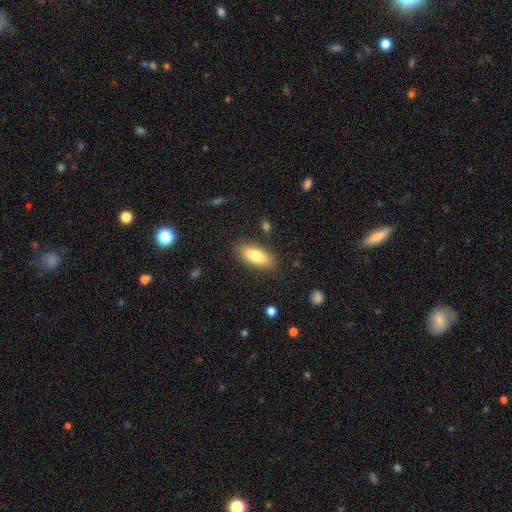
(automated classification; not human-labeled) This appears to be a smooth galaxy with no disk features (80%) that is in between round and cigar-shaped (82%). Merging: none (85%).